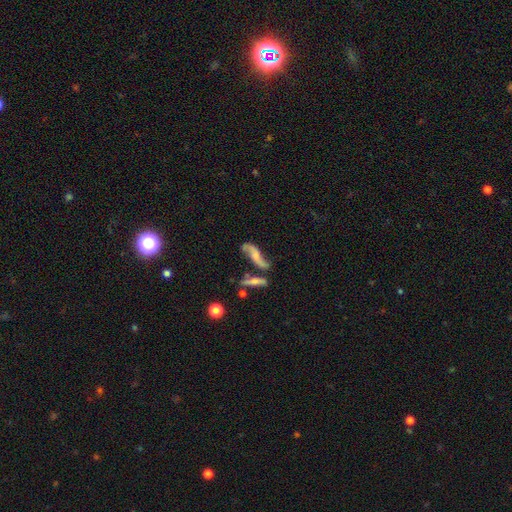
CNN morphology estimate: Smooth or featured? featured or disk (70%)
Edge-on disk? no (78%)
Bar? no (60%)
Spiral arms? yes (88%)
Bulge size? small (38%)
Merging? none (48%)